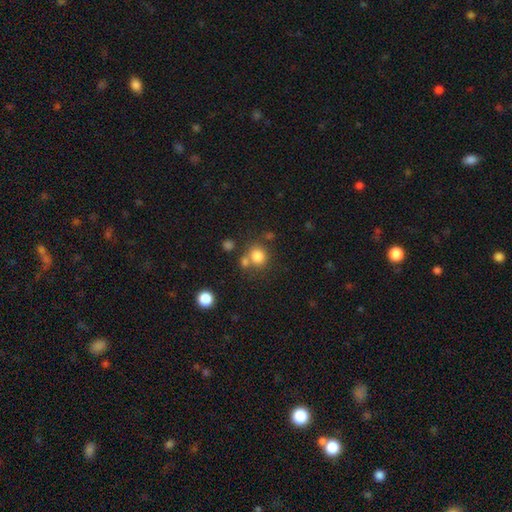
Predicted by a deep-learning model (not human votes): smooth_or_featured: smooth (p=0.80) [alt: star or artifact p=0.13]
how_rounded: round (p=0.85) [alt: in between p=0.14]
merging: none (p=0.65) [alt: merger p=0.22]